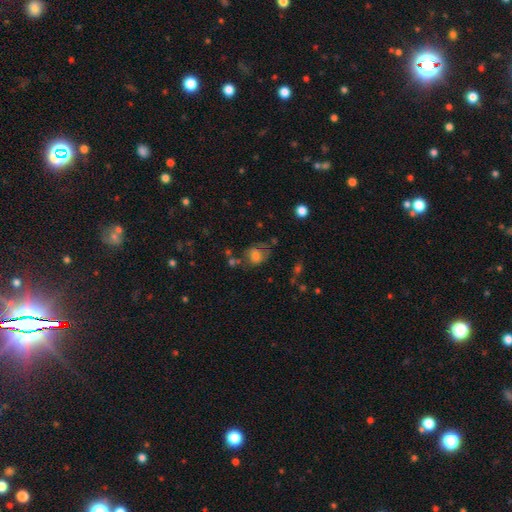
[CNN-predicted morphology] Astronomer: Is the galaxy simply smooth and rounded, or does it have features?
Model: smooth — 66%.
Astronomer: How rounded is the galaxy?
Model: round — 59% (runner-up: in between, 40%).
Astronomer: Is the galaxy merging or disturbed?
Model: none — 45% (runner-up: minor disturbance, 27%).